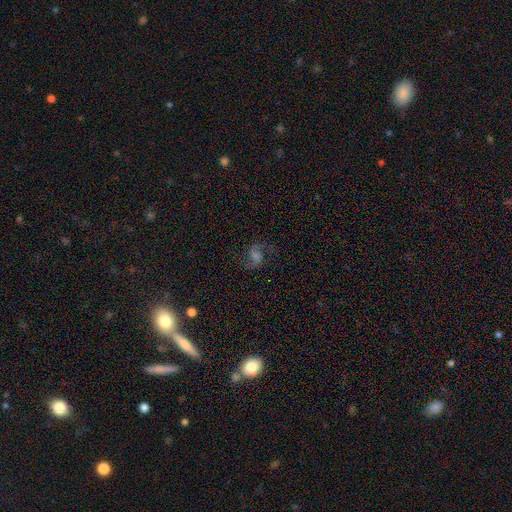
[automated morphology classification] A featured or disk galaxy (79%) with a weak bar (48%), 2 (92%) loose (57%) spiral arms (96%) and a moderate central bulge (36%). Merging: none (77%).